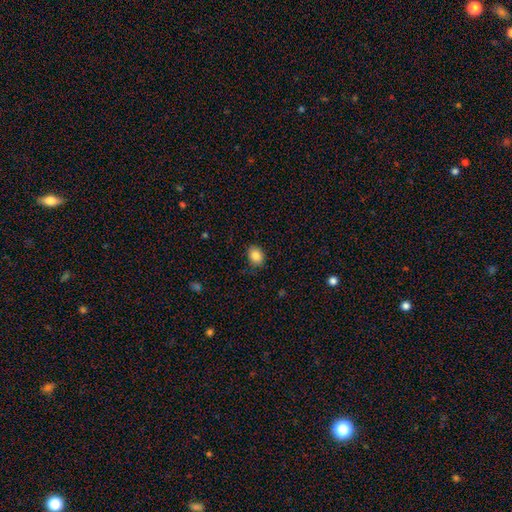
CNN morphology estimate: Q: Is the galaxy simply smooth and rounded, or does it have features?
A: smooth — 86%.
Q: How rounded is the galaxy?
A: in between — 57%.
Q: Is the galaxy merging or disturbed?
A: none — 84%.